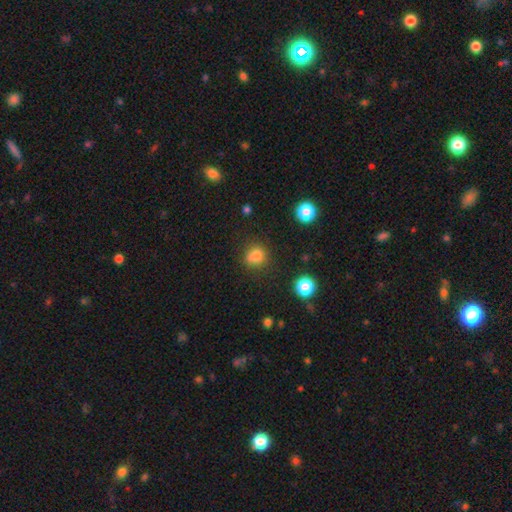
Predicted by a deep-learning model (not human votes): Smooth or featured? Predicted: smooth (p=0.79). How rounded? Predicted: round (p=0.59). Merging? Predicted: none (p=0.66).